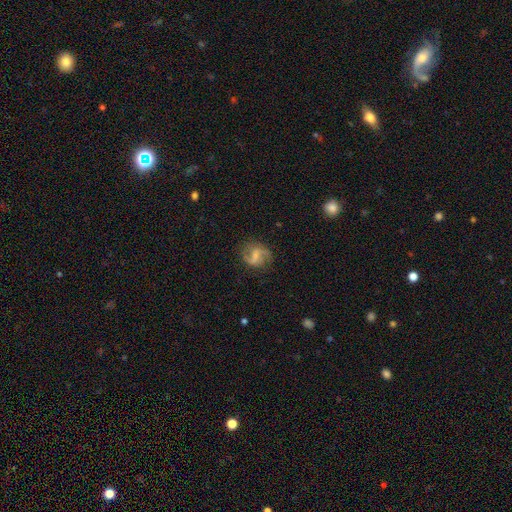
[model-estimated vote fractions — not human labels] A featured or disk galaxy (75%) with a weak bar (53%), 2 (90%) loose (49%) spiral arms (93%) and a small central bulge (46%). Merging: none (75%).